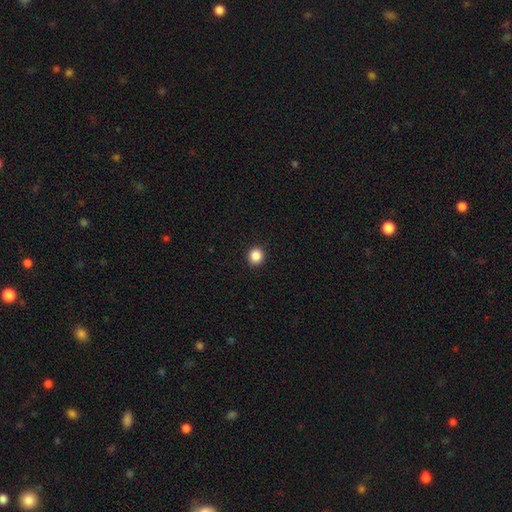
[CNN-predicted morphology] Q: Smooth or featured?
A: smooth (87%); runner-up: star or artifact (10%)
Q: How rounded?
A: round (89%); runner-up: in between (10%)
Q: Merging?
A: none (93%); runner-up: minor disturbance (5%)